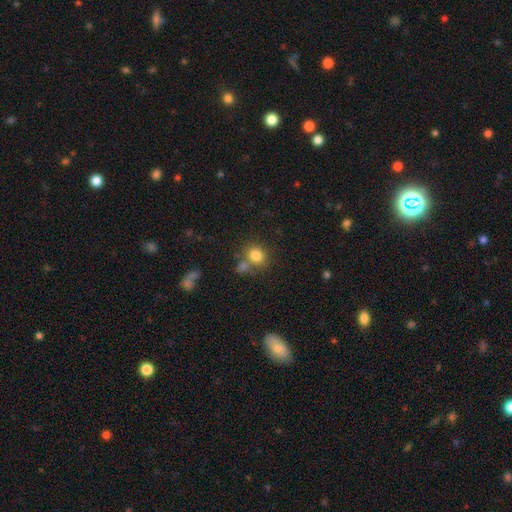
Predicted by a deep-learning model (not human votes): A smooth galaxy with no disk features (82%) that is round (76%).

Vote fractions:
- Smooth or featured? smooth: 82% / star or artifact: 11% / featured or disk: 7%
- How rounded? round: 76% / in between: 23% / cigar-shaped: 1%
- Merging? none: 59% / merger: 24% / minor disturbance: 11% / major disturbance: 5%